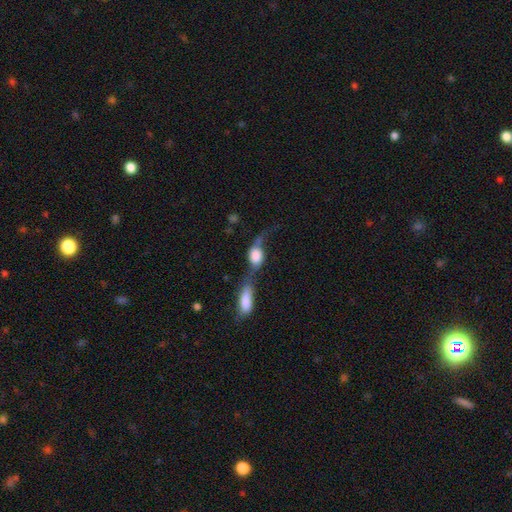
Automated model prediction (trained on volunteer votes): Smooth or featured? smooth (57%)
How rounded? in between (63%)
Merging? merger (63%)